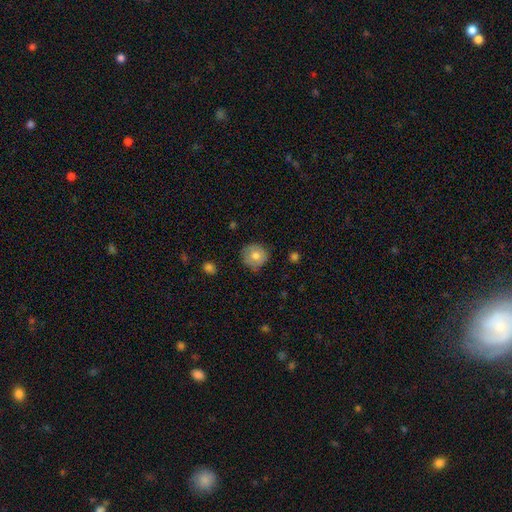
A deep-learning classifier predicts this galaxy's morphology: Smooth or featured: smooth — 74% (featured or disk — 18%)
How rounded: round — 88% (in between — 11%)
Merging: none — 75% (minor disturbance — 20%)